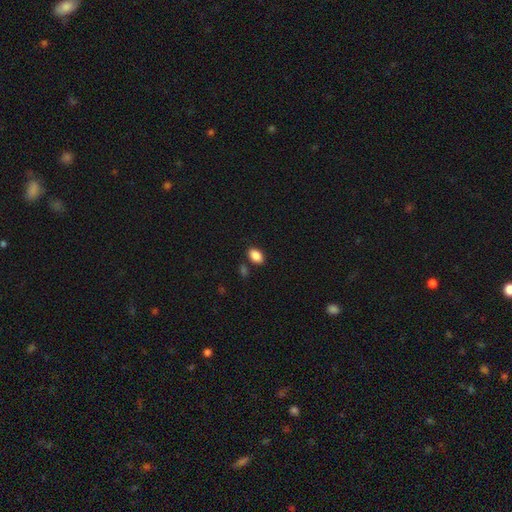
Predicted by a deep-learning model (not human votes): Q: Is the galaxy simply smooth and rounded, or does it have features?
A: smooth — 88%.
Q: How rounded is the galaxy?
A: in between — 89%.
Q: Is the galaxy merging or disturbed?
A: none — 83%.